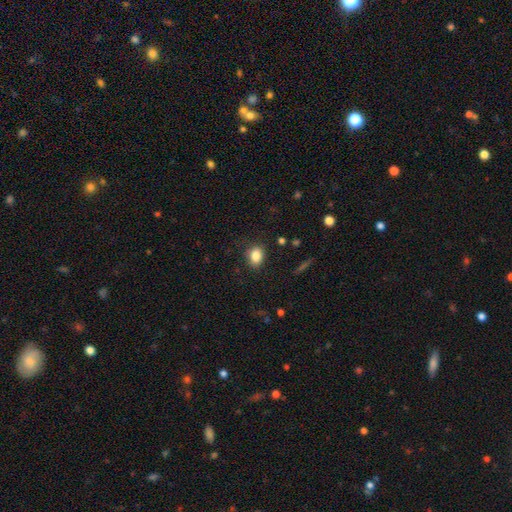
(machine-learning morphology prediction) Smooth or featured: smooth — 85% (star or artifact — 9%)
How rounded: in between — 66% (round — 33%)
Merging: none — 82% (minor disturbance — 13%)